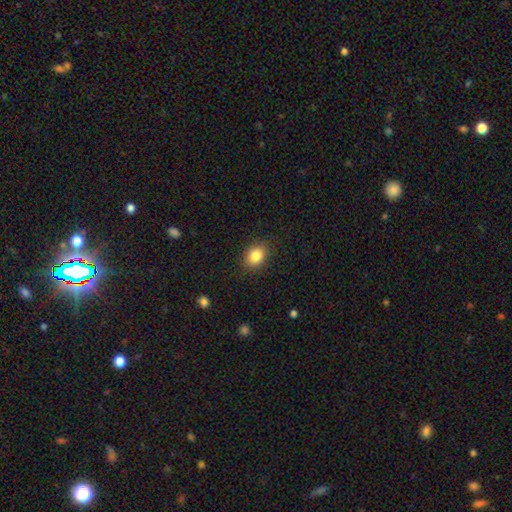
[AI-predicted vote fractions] Smooth or featured: smooth — 85% (star or artifact — 9%)
How rounded: in between — 60% (round — 39%)
Merging: none — 88% (minor disturbance — 9%)